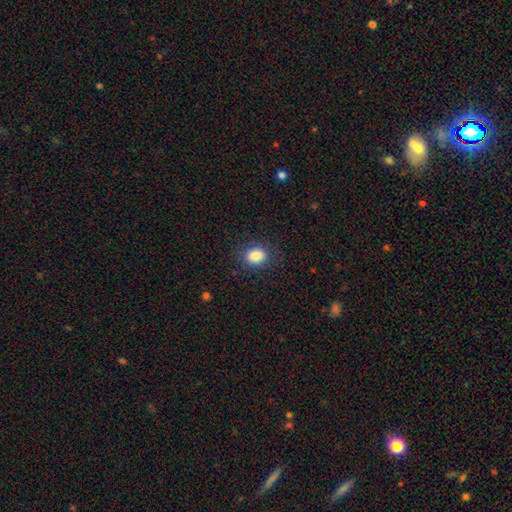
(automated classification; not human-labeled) Q: Smooth or featured?
A: smooth (85%); runner-up: star or artifact (10%)
Q: How rounded?
A: in between (61%); runner-up: round (38%)
Q: Merging?
A: none (85%); runner-up: minor disturbance (11%)